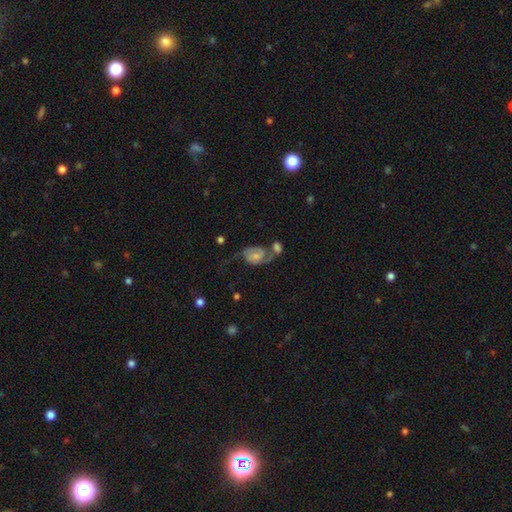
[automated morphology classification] This appears to be a featured or disk galaxy (63%) with no bar (61%), 2 (80%) medium (41%) spiral arms (88%) and a small central bulge (38%). Merging: merger (31%).